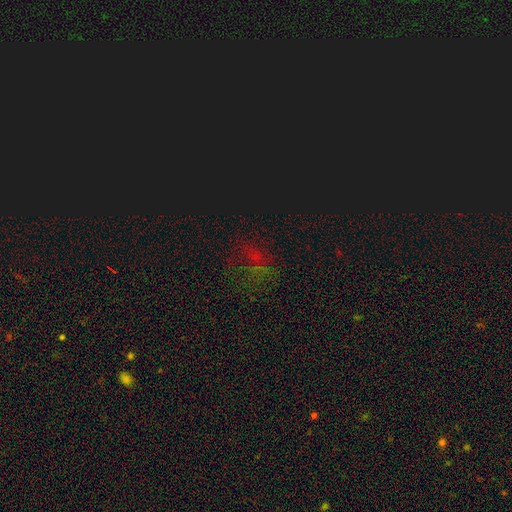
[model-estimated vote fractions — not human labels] Smooth or featured? star or artifact (65%)